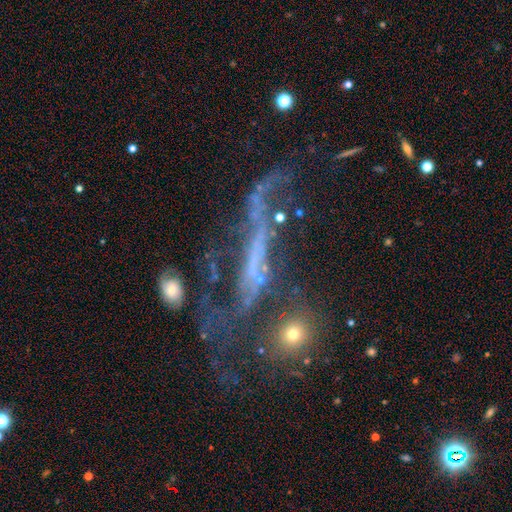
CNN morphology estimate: smooth-or-featured: featured or disk: 63% | star or artifact: 20% | smooth: 17%
  disk-edge-on: no: 70% | yes: 30%
  merging: major disturbance: 38% | none: 27% | merger: 19% | minor disturbance: 15%